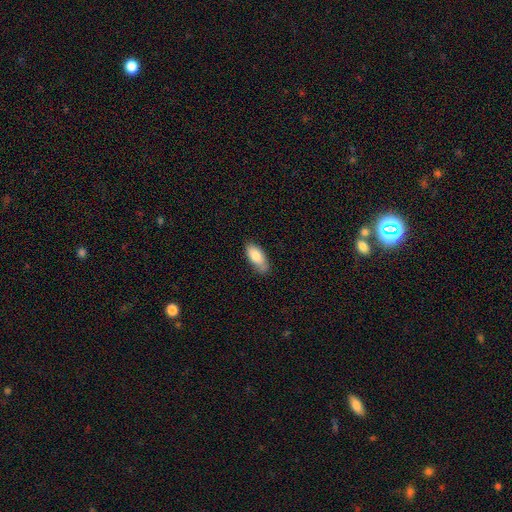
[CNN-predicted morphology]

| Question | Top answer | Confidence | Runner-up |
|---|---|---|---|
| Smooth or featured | smooth | 82% | featured or disk (12%) |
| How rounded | in between | 87% | cigar-shaped (11%) |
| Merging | none | 69% | minor disturbance (25%) |